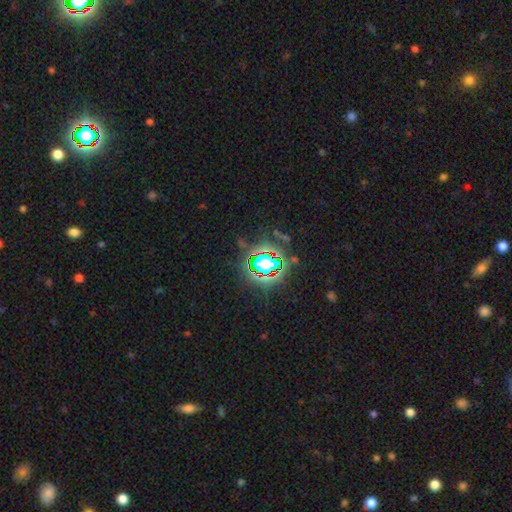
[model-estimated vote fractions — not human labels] This is clearly a star or artifact rather than a galaxy (82%).